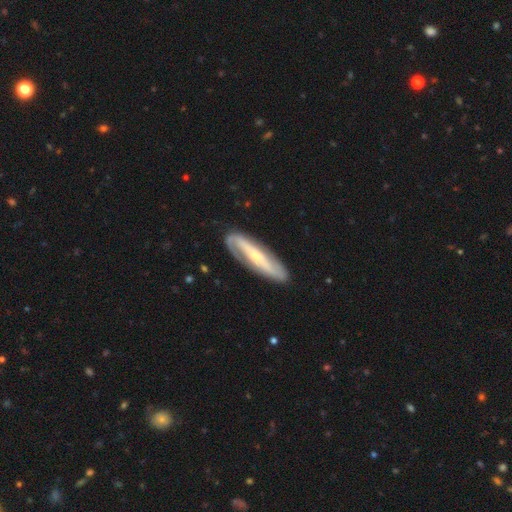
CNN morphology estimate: Q: Smooth or featured?
A: featured or disk (73%); runner-up: smooth (21%)
Q: Edge-on disk?
A: no (71%); runner-up: yes (29%)
Q: Bar?
A: strong (38%); runner-up: no (36%)
Q: Spiral arms?
A: yes (83%); runner-up: no (17%)
Q: Bulge size?
A: small (56%); runner-up: moderate (38%)
Q: Merging?
A: none (79%); runner-up: minor disturbance (15%)